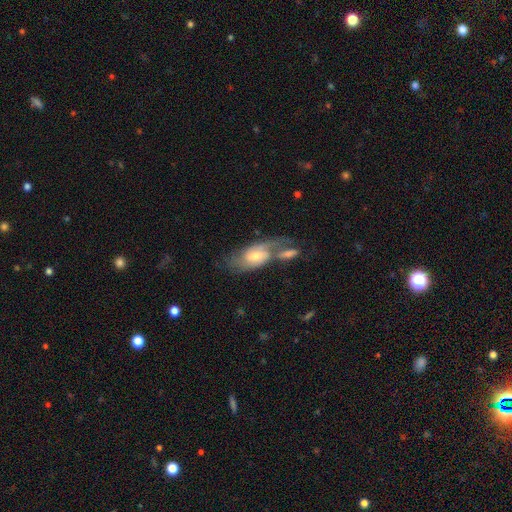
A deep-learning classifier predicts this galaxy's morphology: smooth-or-featured: featured or disk: 63% | smooth: 29% | star or artifact: 7%
  disk-edge-on: no: 91% | yes: 9%
    bar: no: 45% | weak: 43% | strong: 12%
    has-spiral-arms: yes: 83% | no: 17%
    bulge-size: moderate: 53% | small: 35% | large: 8% | none: 3% | dominant: 1%
  merging: merger: 47% | none: 27% | minor disturbance: 13% | major disturbance: 13%